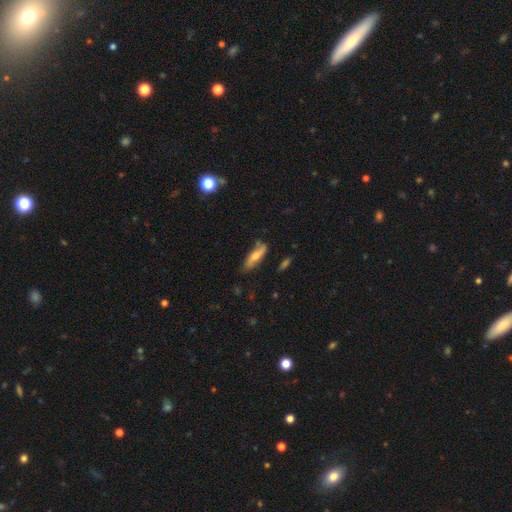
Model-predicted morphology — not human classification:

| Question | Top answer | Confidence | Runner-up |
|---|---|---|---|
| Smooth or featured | smooth | 57% | featured or disk (36%) |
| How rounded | cigar-shaped | 61% | in between (37%) |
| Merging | none | 68% | minor disturbance (23%) |